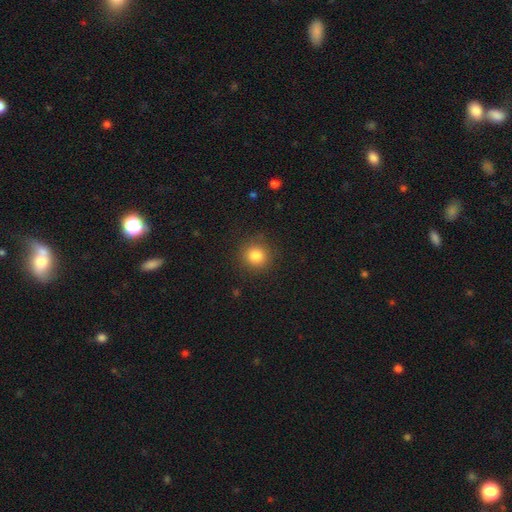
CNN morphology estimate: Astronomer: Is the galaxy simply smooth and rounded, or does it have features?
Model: smooth — 83%.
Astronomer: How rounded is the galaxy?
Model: round — 91%.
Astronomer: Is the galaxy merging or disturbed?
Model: none — 88%.